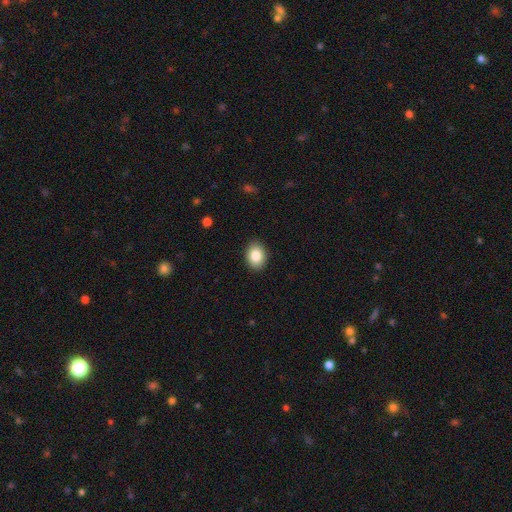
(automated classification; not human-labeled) The model was most divided on "how rounded": in between: 70%, round: 29%, cigar-shaped: 1%. More confident: merging — none (89%); smooth or featured — smooth (85%).